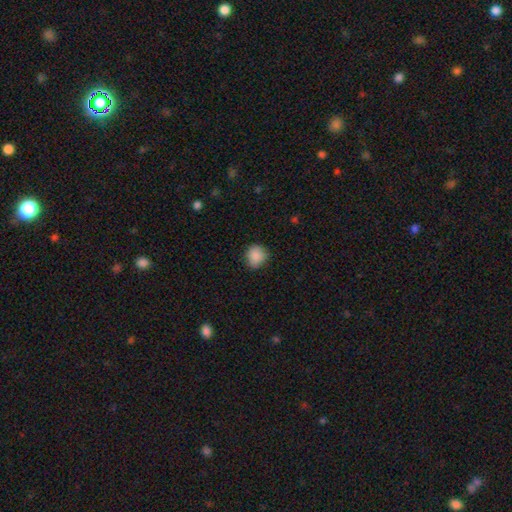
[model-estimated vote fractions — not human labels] This is clearly a smooth galaxy (88%). How rounded: likely round (78%). Merging: likely none (78%).